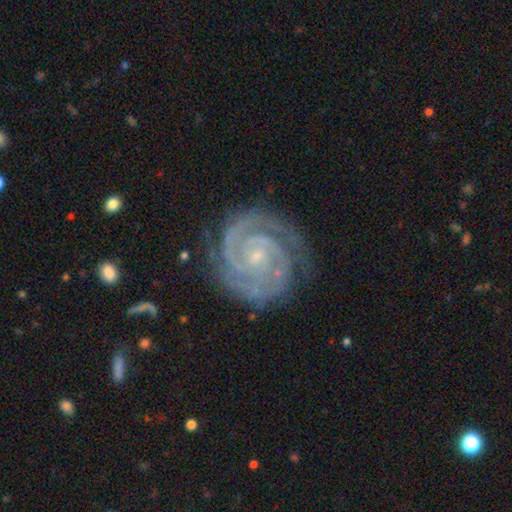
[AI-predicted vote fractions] The model was most divided on "bar": no: 59%, weak: 29%, strong: 12%. More confident: spiral arms — yes (99%); edge-on disk — no (98%); smooth or featured — featured or disk (93%); spiral winding — tight (84%); bulge size — small (80%); merging — none (80%); spiral arm count — 2 (68%).